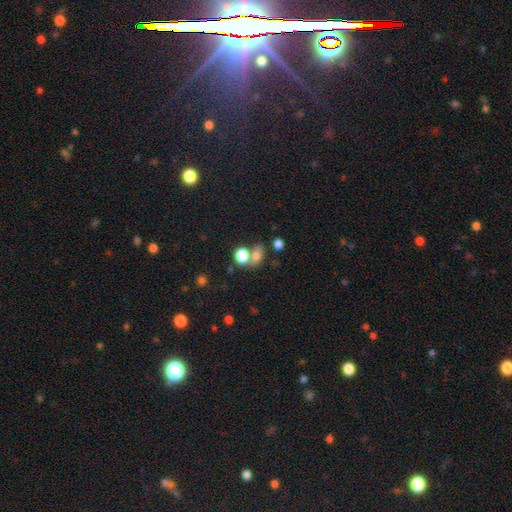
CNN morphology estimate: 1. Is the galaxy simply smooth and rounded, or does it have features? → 76% smooth, 13% star or artifact, 11% featured or disk.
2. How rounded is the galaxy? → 58% in between, 41% round, 2% cigar-shaped.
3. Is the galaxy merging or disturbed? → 42% merger, 41% none, 11% minor disturbance, 6% major disturbance.